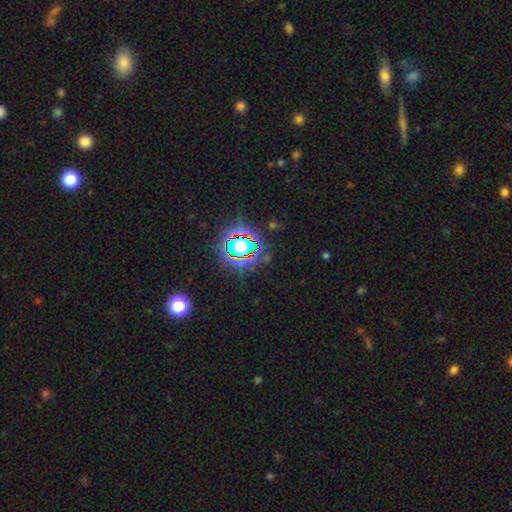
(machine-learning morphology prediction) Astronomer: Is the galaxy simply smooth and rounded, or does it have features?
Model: star or artifact — 78%.